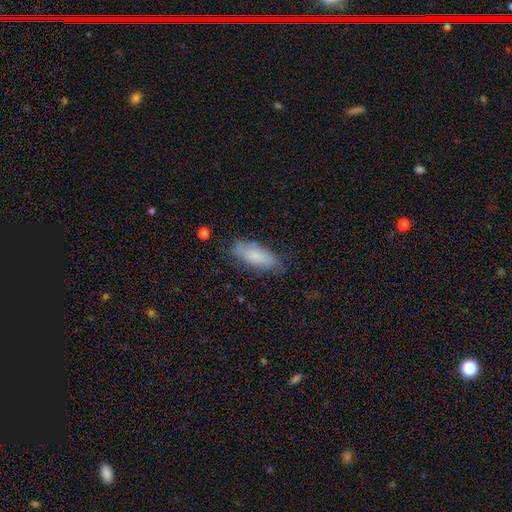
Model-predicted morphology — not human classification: Smooth or featured? Predicted: smooth (p=0.77). How rounded? Predicted: in between (p=0.73). Merging? Predicted: none (p=0.71).